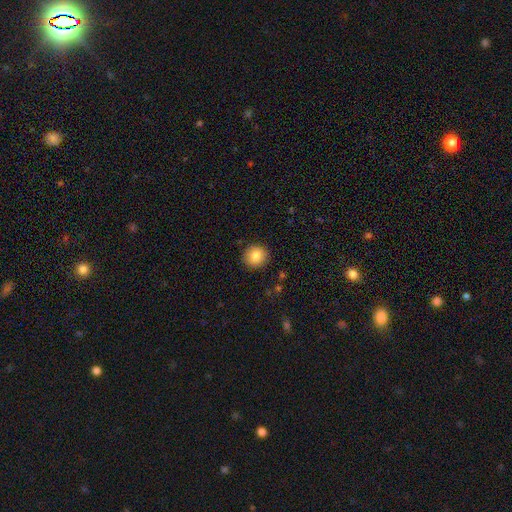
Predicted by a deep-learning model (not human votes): smooth-or-featured: smooth: 83% | star or artifact: 9% | featured or disk: 8%
  how-rounded: round: 91% | in between: 8% | cigar-shaped: 1%
  merging: none: 90% | minor disturbance: 7% | major disturbance: 2% | merger: 1%